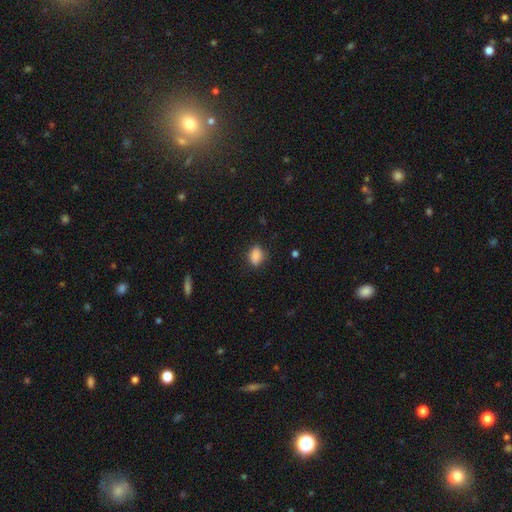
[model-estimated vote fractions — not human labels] Overall: smooth (87%). How rounded: in between (75%). Merging: none (76%).